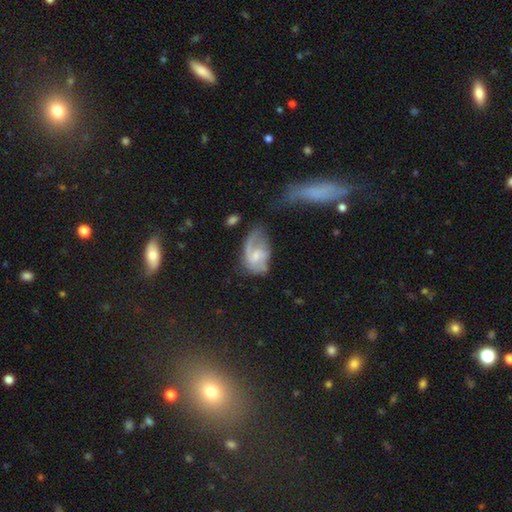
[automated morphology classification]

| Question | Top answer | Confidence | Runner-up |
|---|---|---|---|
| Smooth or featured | featured or disk | 72% | smooth (21%) |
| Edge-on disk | no | 97% | yes (3%) |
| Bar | weak | 48% | no (44%) |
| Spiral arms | yes | 88% | no (12%) |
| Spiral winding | medium | 45% | loose (34%) |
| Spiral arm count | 2 | 56% | 1 (24%) |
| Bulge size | small | 54% | moderate (34%) |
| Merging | none | 43% | minor disturbance (27%) |